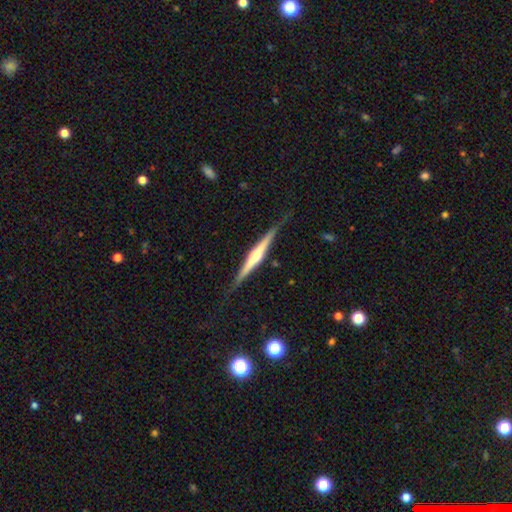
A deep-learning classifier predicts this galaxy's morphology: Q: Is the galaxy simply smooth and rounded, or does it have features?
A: featured or disk — 75%.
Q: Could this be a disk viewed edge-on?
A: yes — 98%.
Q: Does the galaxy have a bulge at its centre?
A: rounded — 74%.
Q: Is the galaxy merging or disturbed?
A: none — 83%.